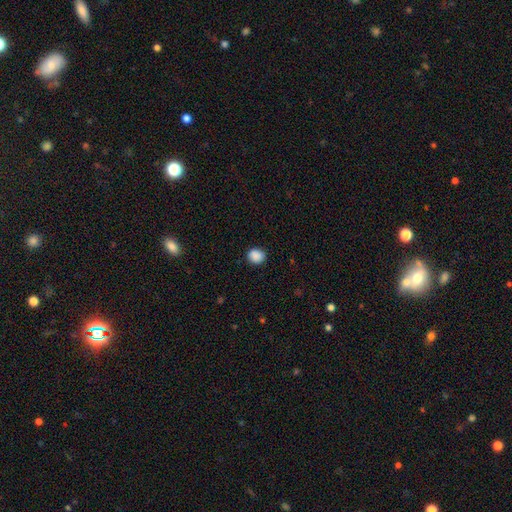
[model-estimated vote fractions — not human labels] Smooth or featured? Predicted: smooth (p=0.89). How rounded? Predicted: round (p=0.71). Merging? Predicted: none (p=0.88).